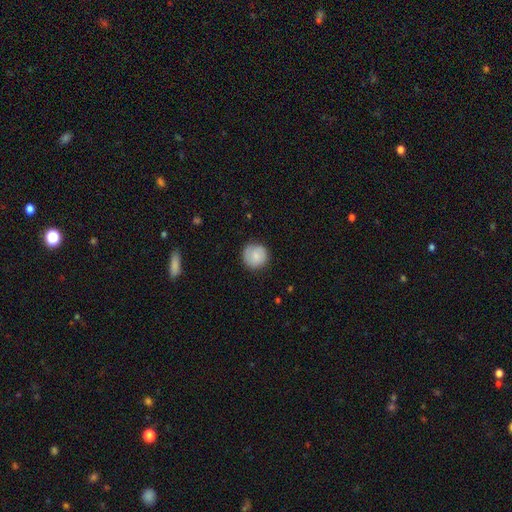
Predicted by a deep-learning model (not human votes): A smooth galaxy with no disk features (78%) that is round (93%).

Vote fractions:
- Smooth or featured? smooth: 78% / featured or disk: 15% / star or artifact: 7%
- How rounded? round: 93% / in between: 6% / cigar-shaped: 1%
- Merging? none: 82% / minor disturbance: 14% / major disturbance: 3% / merger: 1%